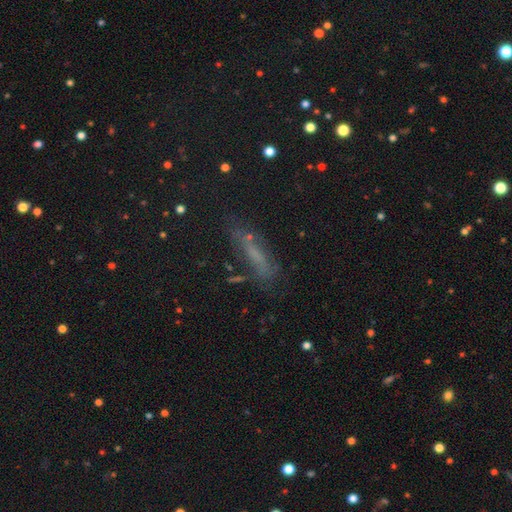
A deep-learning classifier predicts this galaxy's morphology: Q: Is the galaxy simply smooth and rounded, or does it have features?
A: smooth — 47%.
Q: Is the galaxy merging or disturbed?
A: none — 60%.